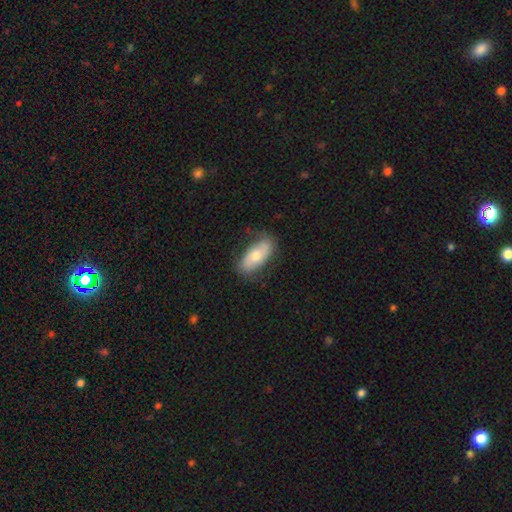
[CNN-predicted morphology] Smooth or featured? smooth (61%)
How rounded? in between (88%)
Merging? none (75%)